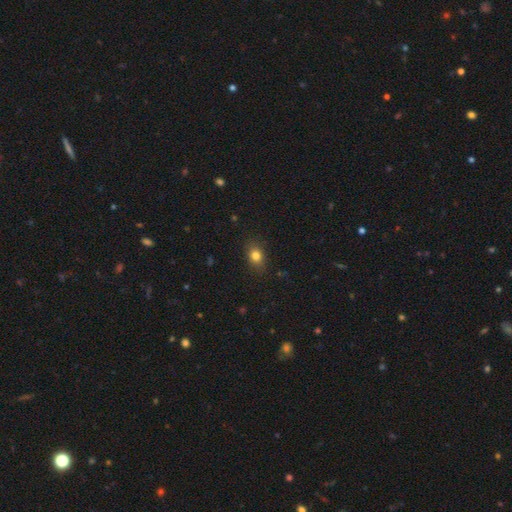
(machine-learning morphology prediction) smooth_or_featured: smooth (p=0.80) [alt: star or artifact p=0.12]
how_rounded: in between (p=0.61) [alt: round p=0.37]
merging: none (p=0.84) [alt: minor disturbance p=0.12]